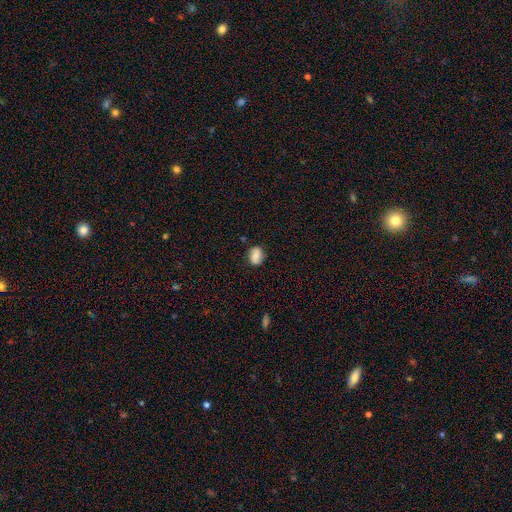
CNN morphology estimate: Smooth or featured? Predicted: smooth (p=0.64). How rounded? Predicted: in between (p=0.53). Merging? Predicted: none (p=0.78).